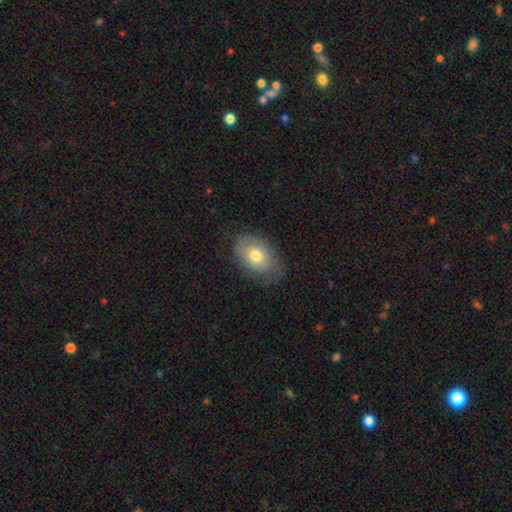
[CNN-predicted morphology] This is likely a smooth galaxy (65%). How rounded: clearly in between (84%). Merging: likely none (66%).